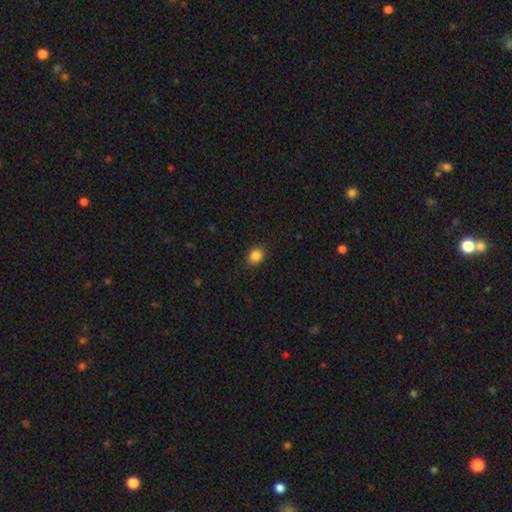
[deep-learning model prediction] The model was most divided on "how rounded": round: 60%, in between: 39%, cigar-shaped: 1%. More confident: merging — none (89%); smooth or featured — smooth (86%).